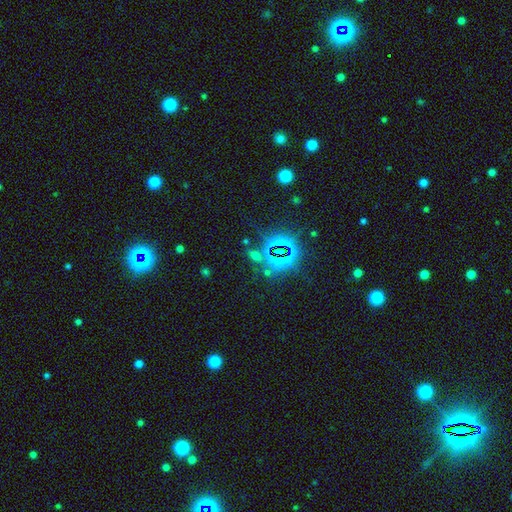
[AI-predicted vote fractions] Smooth or featured? star or artifact (60%)